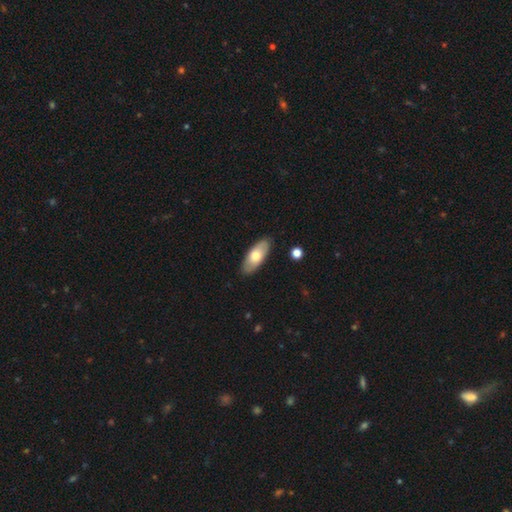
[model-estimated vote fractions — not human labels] Smooth or featured? Predicted: smooth (p=0.68). How rounded? Predicted: in between (p=0.85). Merging? Predicted: none (p=0.87).